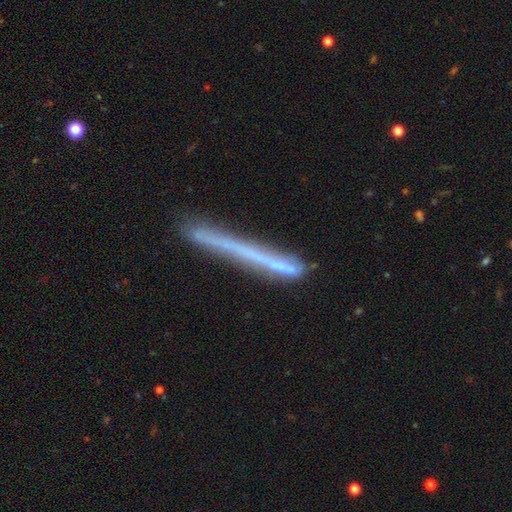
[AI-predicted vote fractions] Smooth or featured: featured or disk — 46% (smooth — 44%)
Merging: none — 79% (minor disturbance — 14%)